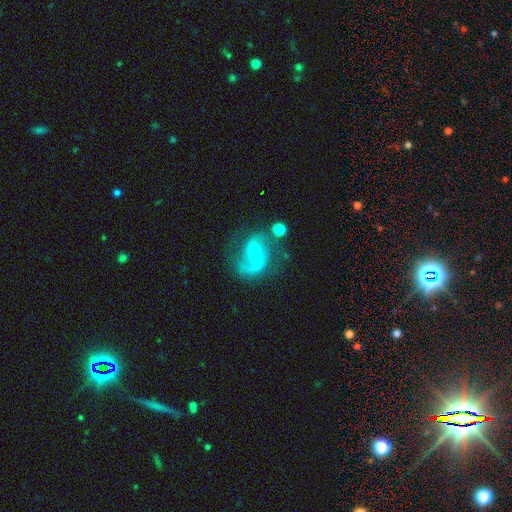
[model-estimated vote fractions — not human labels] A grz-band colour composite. It shows a featured or disk galaxy (82%) with a weak bar (41%), 2 (78%) loose (49%) spiral arms (92%) and a small central bulge (64%). Merging: none (58%).